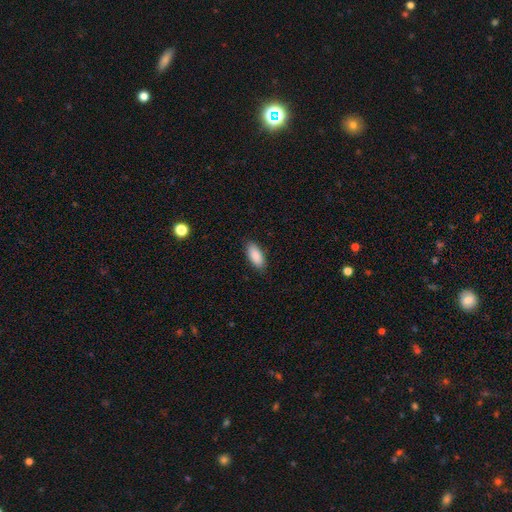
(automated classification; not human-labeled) This is clearly a smooth galaxy (89%). How rounded: clearly in between (86%). Merging: clearly none (87%).